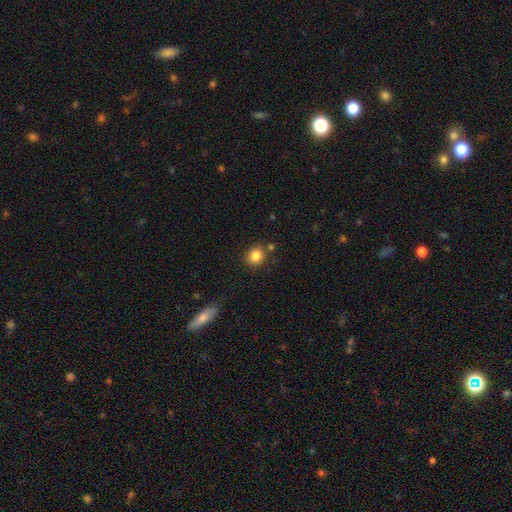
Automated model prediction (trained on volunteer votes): This is clearly a smooth galaxy (84%). How rounded: clearly round (84%). Merging: likely none (80%).